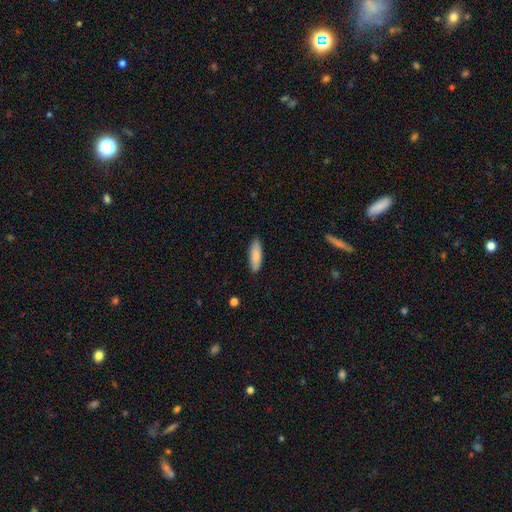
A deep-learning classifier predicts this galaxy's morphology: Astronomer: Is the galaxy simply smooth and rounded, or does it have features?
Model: smooth — 85%.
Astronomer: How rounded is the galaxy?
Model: in between — 53% (runner-up: cigar-shaped, 45%).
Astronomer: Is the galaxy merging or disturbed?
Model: none — 87%.